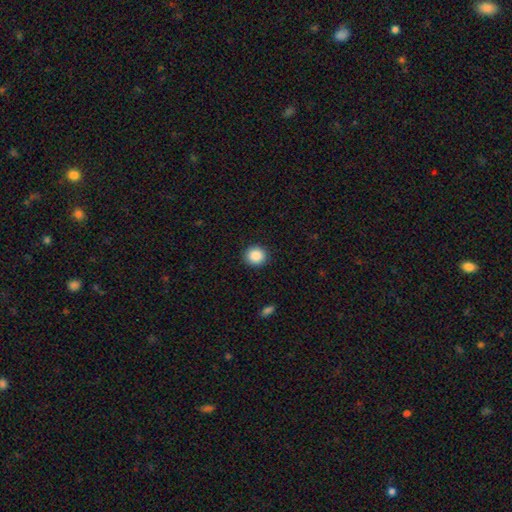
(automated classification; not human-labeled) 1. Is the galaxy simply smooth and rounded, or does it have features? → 88% smooth, 9% star or artifact, 3% featured or disk.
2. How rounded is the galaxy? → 88% round, 11% in between, 1% cigar-shaped.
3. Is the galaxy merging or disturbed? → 91% none, 6% minor disturbance, 2% major disturbance, 1% merger.